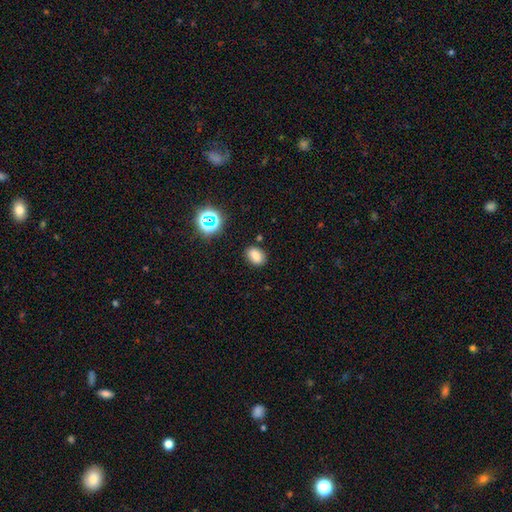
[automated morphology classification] The model was most divided on "how rounded": in between: 73%, round: 26%, cigar-shaped: 1%. More confident: merging — none (84%); smooth or featured — smooth (76%).